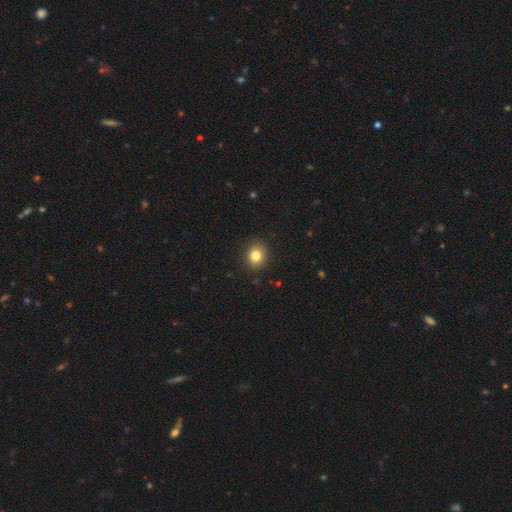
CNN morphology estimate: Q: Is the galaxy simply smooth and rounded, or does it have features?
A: smooth — 82%.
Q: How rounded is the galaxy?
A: round — 64%.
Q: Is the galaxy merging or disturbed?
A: none — 89%.